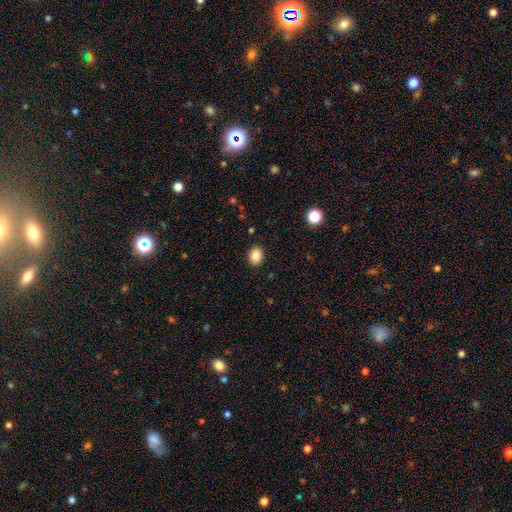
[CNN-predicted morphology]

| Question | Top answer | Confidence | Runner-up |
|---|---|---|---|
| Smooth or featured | smooth | 86% | star or artifact (9%) |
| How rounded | in between | 64% | round (36%) |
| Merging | none | 90% | minor disturbance (7%) |